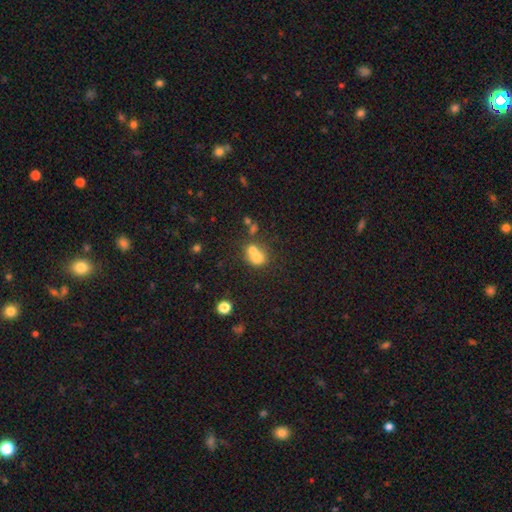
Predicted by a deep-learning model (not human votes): smooth-or-featured: smooth: 70% | featured or disk: 16% | star or artifact: 13%
  how-rounded: round: 77% | in between: 22% | cigar-shaped: 1%
  merging: merger: 56% | none: 33% | minor disturbance: 7% | major disturbance: 4%